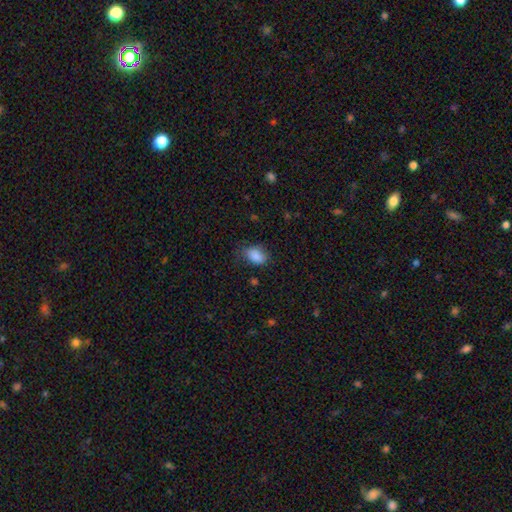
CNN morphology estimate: Smooth or featured? smooth (86%)
How rounded? in between (81%)
Merging? none (62%)